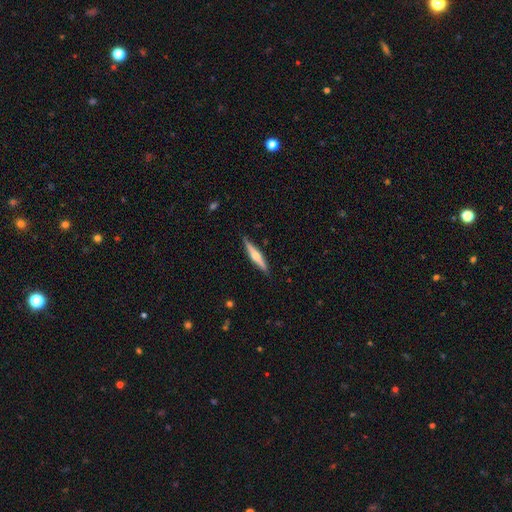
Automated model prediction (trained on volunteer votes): A featured or disk galaxy (62%) viewed edge-on (97%) with a rounded central bulge (88%). Merging: none (88%).